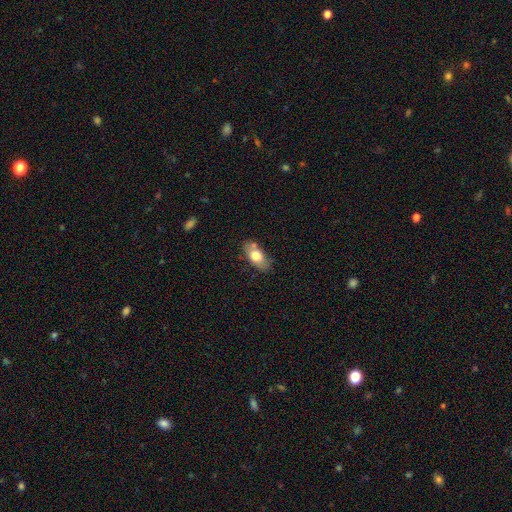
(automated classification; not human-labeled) smooth-or-featured: smooth: 70% | featured or disk: 23% | star or artifact: 7%
  how-rounded: in between: 88% | cigar-shaped: 7% | round: 5%
  merging: none: 70% | minor disturbance: 18% | merger: 8% | major disturbance: 4%